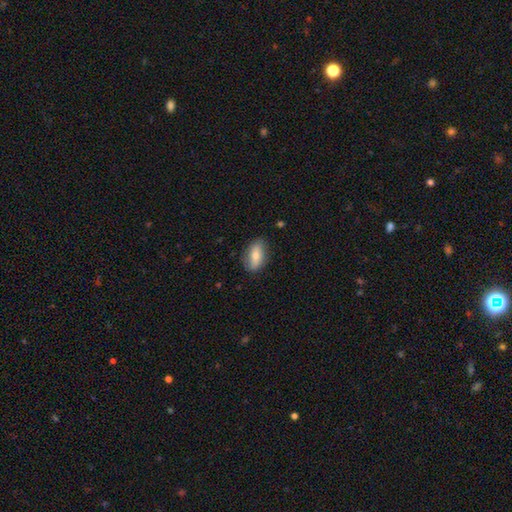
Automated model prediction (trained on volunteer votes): This is likely a smooth galaxy (64%). How rounded: clearly in between (86%). Merging: likely none (78%).